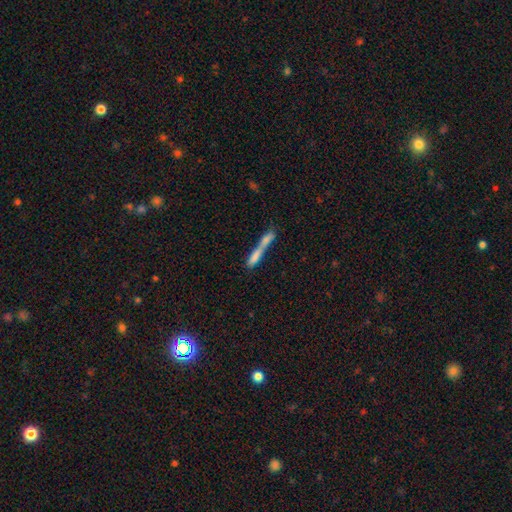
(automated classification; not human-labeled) smooth_or_featured: smooth (p=0.69) [alt: featured or disk p=0.22]
how_rounded: cigar-shaped (p=0.81) [alt: in between p=0.16]
merging: merger (p=0.64) [alt: none p=0.21]